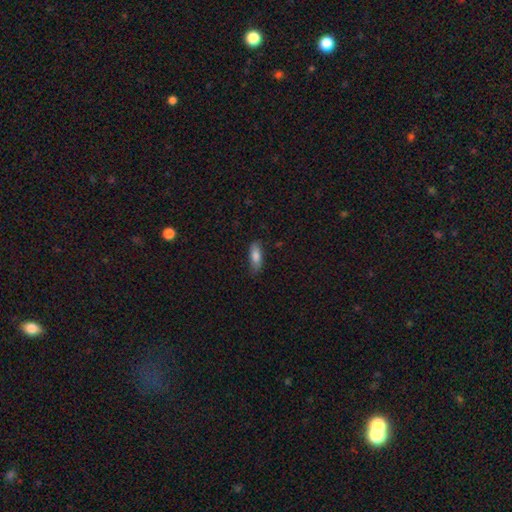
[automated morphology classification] Smooth or featured: smooth — 82% (featured or disk — 12%)
How rounded: in between — 70% (cigar-shaped — 28%)
Merging: none — 77% (minor disturbance — 18%)